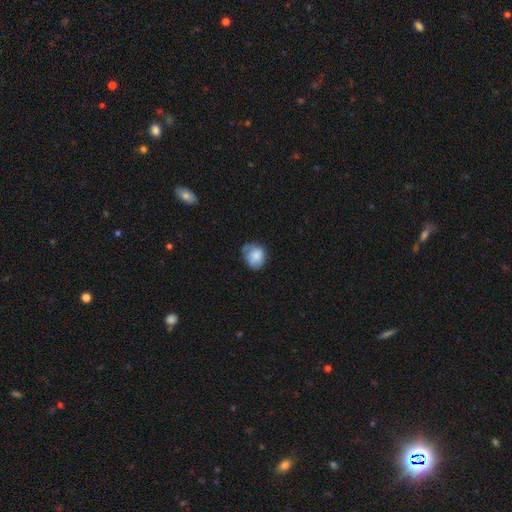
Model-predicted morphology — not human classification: A smooth galaxy with no disk features (78%) that is round (54%).

Vote fractions:
- Smooth or featured? smooth: 78% / featured or disk: 14% / star or artifact: 8%
- How rounded? round: 54% / in between: 45% / cigar-shaped: 1%
- Merging? none: 45% / minor disturbance: 38% / major disturbance: 14% / merger: 3%